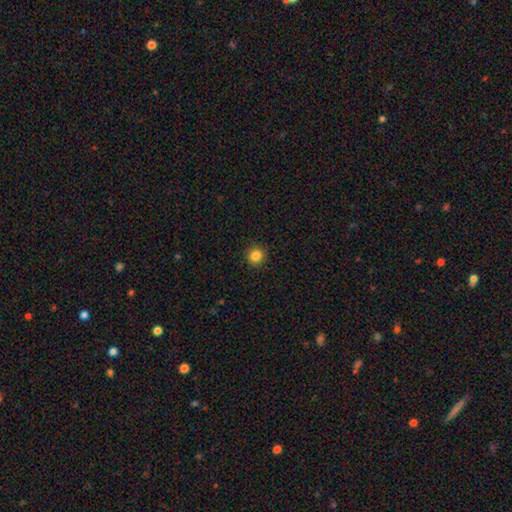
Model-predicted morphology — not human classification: smooth-or-featured: smooth: 84% | star or artifact: 11% | featured or disk: 4%
  how-rounded: round: 93% | in between: 6% | cigar-shaped: 1%
  merging: none: 92% | minor disturbance: 5% | major disturbance: 2% | merger: 1%